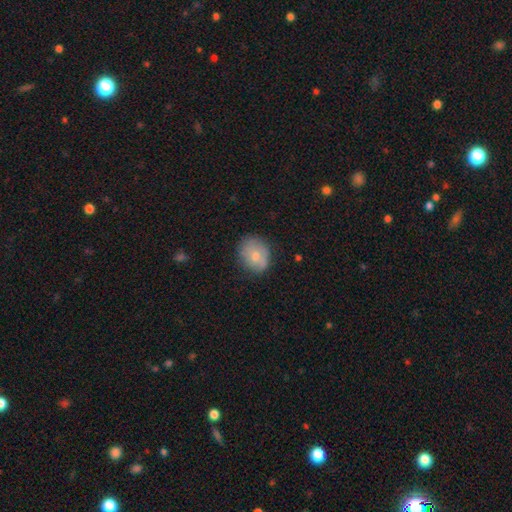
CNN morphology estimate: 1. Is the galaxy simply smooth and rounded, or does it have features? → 72% smooth, 20% featured or disk, 8% star or artifact.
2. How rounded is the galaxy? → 60% round, 39% in between, 1% cigar-shaped.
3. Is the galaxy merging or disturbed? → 71% none, 22% minor disturbance, 5% major disturbance, 2% merger.